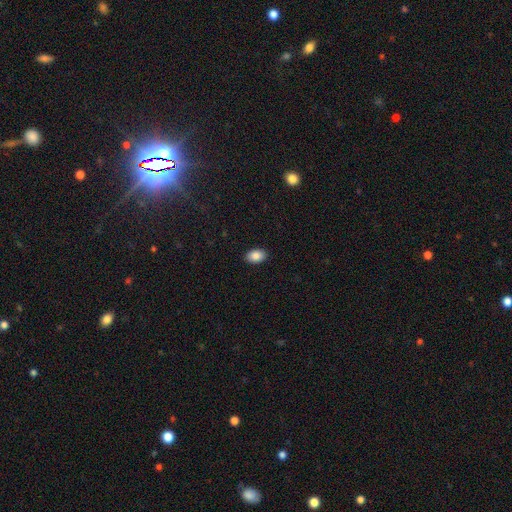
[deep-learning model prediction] This appears to be a smooth galaxy with no disk features (88%) that is in between round and cigar-shaped (88%). Merging: none (90%).